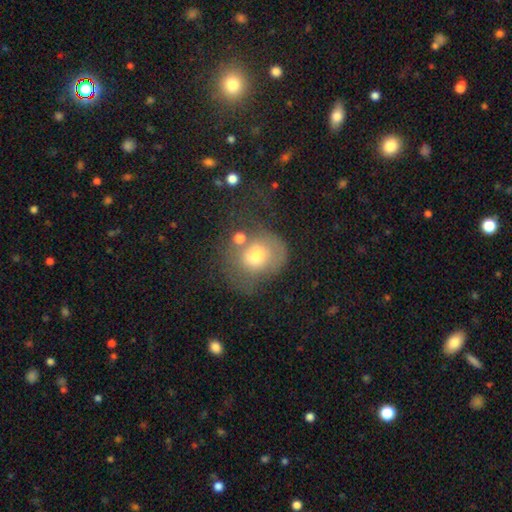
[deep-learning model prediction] Q: Smooth or featured?
A: smooth (64%); runner-up: featured or disk (25%)
Q: How rounded?
A: round (67%); runner-up: in between (32%)
Q: Merging?
A: none (36%); runner-up: major disturbance (28%)